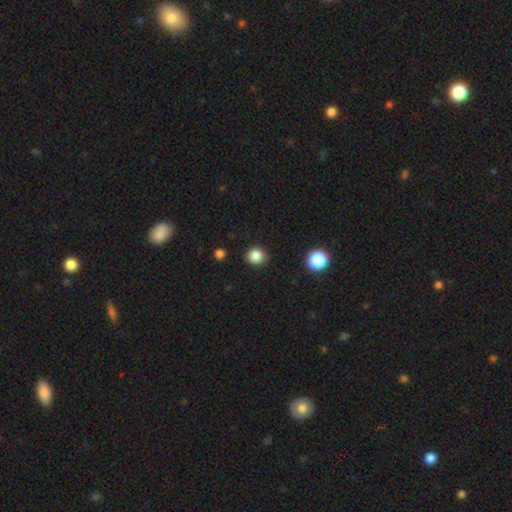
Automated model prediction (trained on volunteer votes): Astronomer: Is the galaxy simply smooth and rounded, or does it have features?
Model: smooth — 85%.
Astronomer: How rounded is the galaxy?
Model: round — 90%.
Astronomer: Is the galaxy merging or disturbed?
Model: none — 90%.